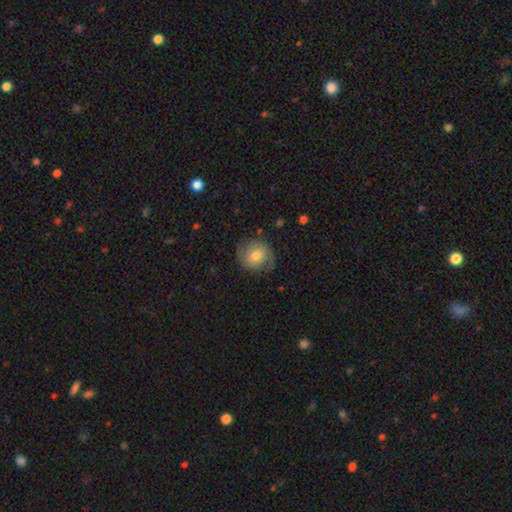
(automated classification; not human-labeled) This is possibly a featured or disk galaxy (46%, tied with smooth). Merging: likely none (73%).